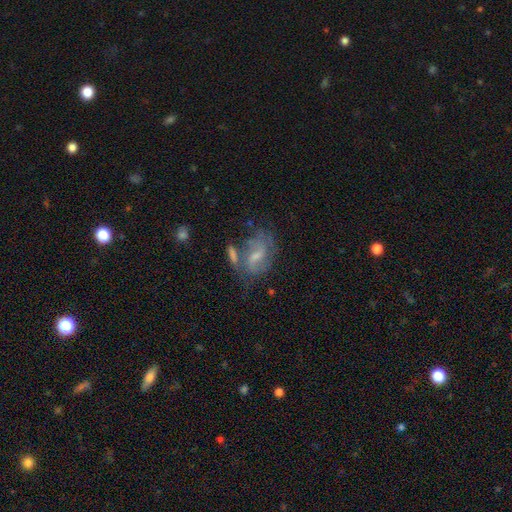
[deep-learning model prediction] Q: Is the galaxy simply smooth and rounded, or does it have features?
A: featured or disk — 67%.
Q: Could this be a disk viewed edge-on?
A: no — 95%.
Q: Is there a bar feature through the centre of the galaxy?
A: weak — 53%.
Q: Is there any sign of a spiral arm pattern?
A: yes — 82%.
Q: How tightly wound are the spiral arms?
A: medium — 47%.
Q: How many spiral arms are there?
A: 2 — 66%.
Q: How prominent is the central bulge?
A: small — 49%.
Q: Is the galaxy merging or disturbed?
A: none — 48%.